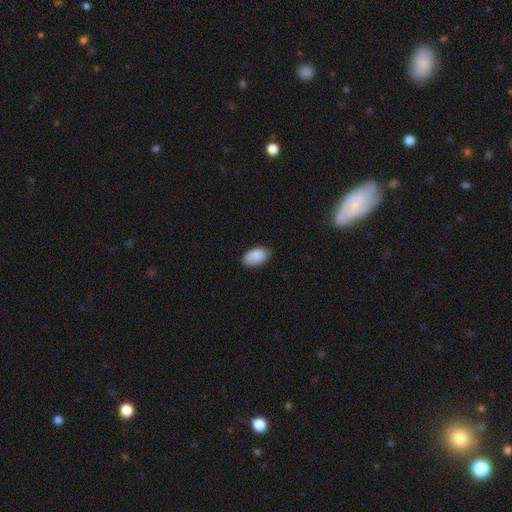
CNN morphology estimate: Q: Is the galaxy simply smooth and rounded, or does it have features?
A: smooth — 88%.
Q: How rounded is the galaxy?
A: in between — 93%.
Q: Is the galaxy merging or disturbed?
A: none — 77%.